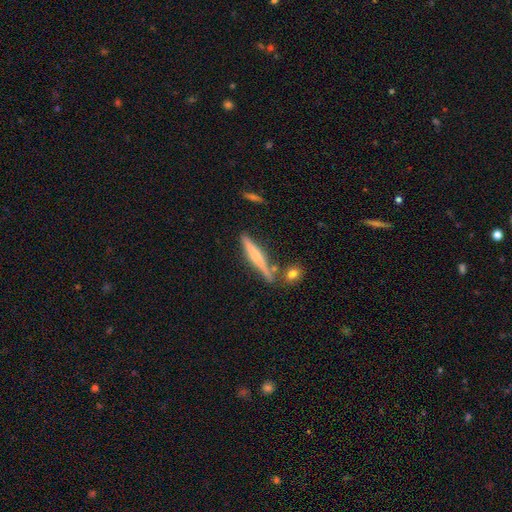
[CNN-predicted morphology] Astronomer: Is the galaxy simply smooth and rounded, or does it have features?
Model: featured or disk — 52% (runner-up: smooth, 41%).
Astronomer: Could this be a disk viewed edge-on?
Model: yes — 96%.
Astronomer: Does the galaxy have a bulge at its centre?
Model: rounded — 58%.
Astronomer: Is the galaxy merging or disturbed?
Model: none — 77%.